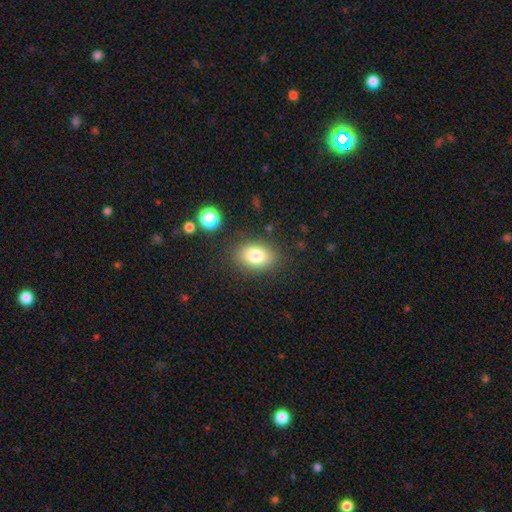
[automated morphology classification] Smooth or featured? Predicted: smooth (p=0.80). How rounded? Predicted: in between (p=0.81). Merging? Predicted: none (p=0.83).